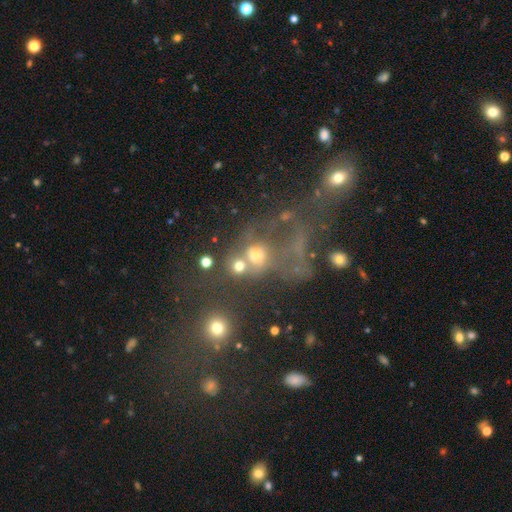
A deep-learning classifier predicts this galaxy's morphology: Smooth or featured? Predicted: smooth (p=0.51). How rounded? Predicted: round (p=0.66). Merging? Predicted: merger (p=0.41).